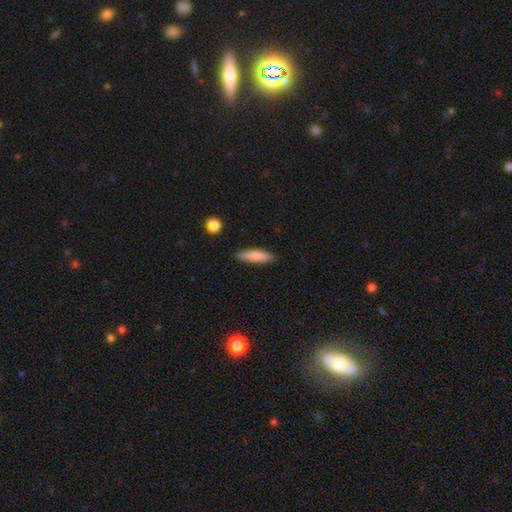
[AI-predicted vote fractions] smooth-or-featured: smooth: 82% | featured or disk: 11% | star or artifact: 7%
  how-rounded: cigar-shaped: 70% | in between: 28% | round: 2%
  merging: none: 87% | minor disturbance: 9% | major disturbance: 2% | merger: 1%